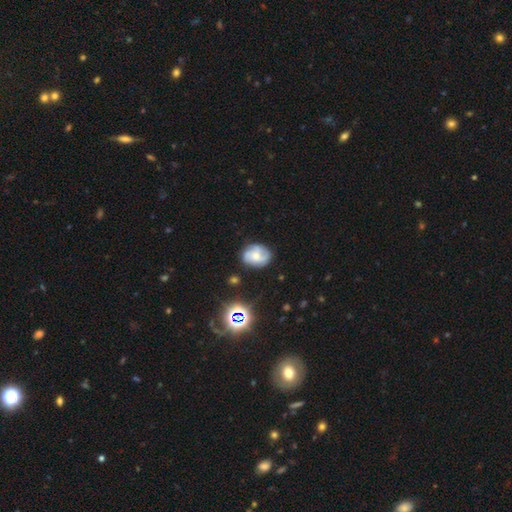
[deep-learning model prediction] Q: Smooth or featured?
A: featured or disk (54%); runner-up: smooth (35%)
Q: Edge-on disk?
A: no (97%); runner-up: yes (3%)
Q: Bar?
A: no (69%); runner-up: weak (26%)
Q: Spiral arms?
A: yes (80%); runner-up: no (20%)
Q: Bulge size?
A: moderate (51%); runner-up: small (40%)
Q: Merging?
A: none (71%); runner-up: minor disturbance (21%)